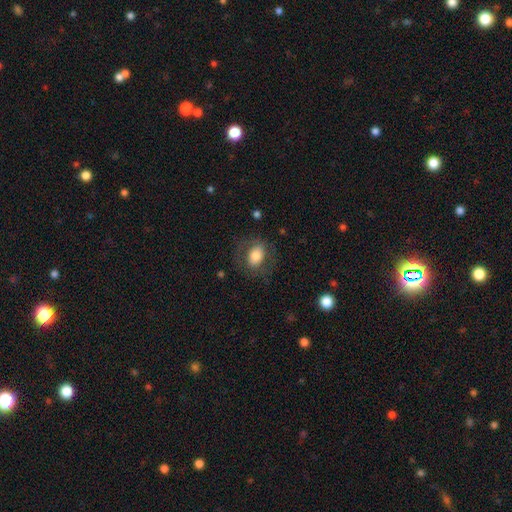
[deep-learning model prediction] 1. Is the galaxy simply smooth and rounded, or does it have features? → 70% smooth, 23% featured or disk, 8% star or artifact.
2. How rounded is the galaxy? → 68% in between, 30% round, 1% cigar-shaped.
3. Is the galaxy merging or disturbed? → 71% none, 16% minor disturbance, 12% major disturbance, 1% merger.